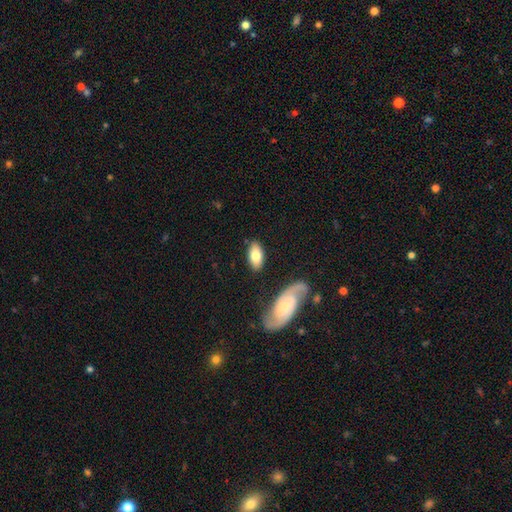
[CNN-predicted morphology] The model was most divided on "smooth or featured": smooth: 73%, featured or disk: 21%, star or artifact: 6%. More confident: how rounded — in between (91%); merging — none (81%).